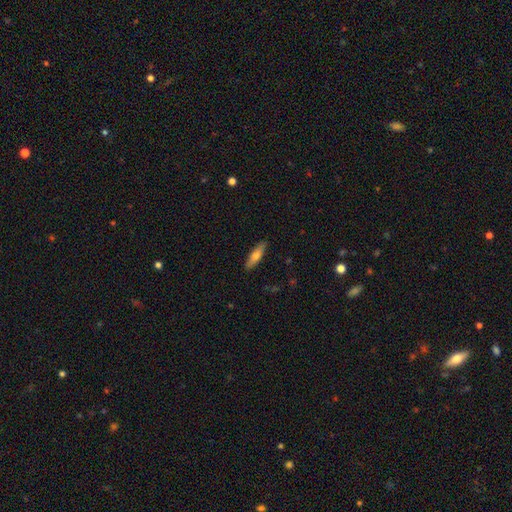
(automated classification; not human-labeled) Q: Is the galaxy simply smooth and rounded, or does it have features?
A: smooth — 62%.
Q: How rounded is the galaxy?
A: cigar-shaped — 70%.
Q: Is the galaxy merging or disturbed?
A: none — 89%.